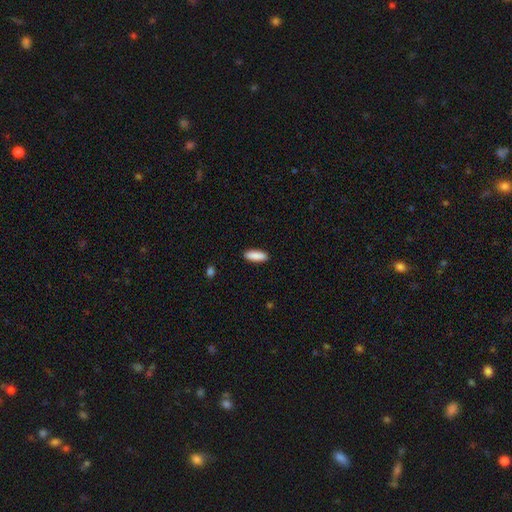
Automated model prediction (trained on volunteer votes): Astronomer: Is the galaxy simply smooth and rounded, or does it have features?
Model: smooth — 89%.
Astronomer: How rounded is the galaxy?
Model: in between — 53% (runner-up: cigar-shaped, 45%).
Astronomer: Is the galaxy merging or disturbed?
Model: none — 90%.